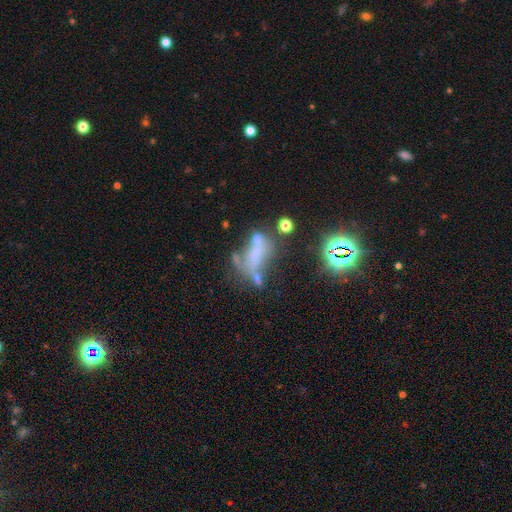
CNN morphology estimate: This is marginally a featured or disk galaxy (41%). Merging: marginally merger (30%, tied with major disturbance).